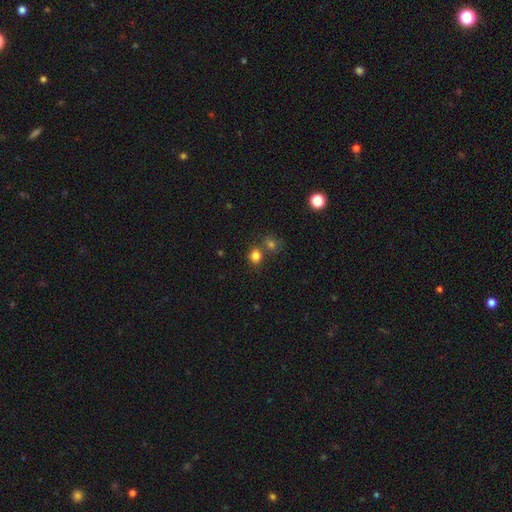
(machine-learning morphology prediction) Smooth or featured: smooth — 80% (star or artifact — 14%)
How rounded: round — 77% (in between — 23%)
Merging: none — 64% (merger — 24%)